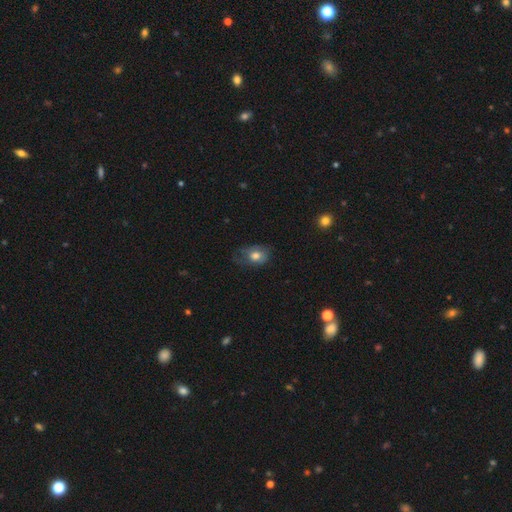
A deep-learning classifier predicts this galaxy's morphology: type=smooth (73%); roundness=in between (70%); merging=none (49%).